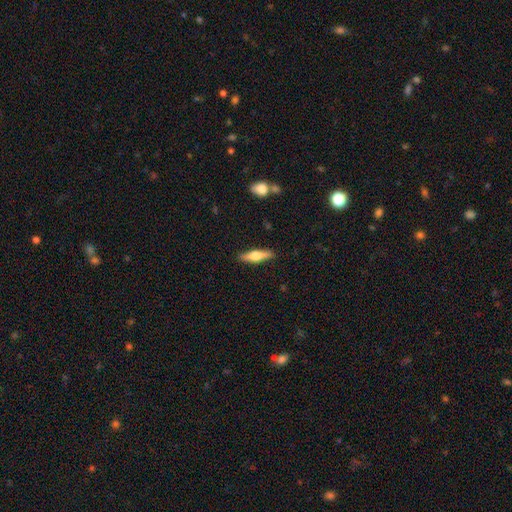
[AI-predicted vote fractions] Morphology: type=featured or disk (48%); merging=none (89%).